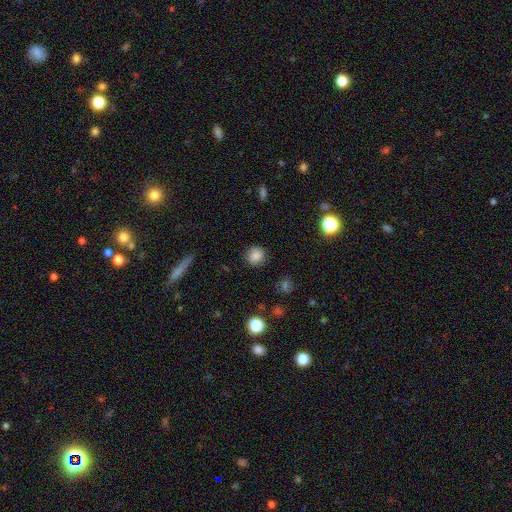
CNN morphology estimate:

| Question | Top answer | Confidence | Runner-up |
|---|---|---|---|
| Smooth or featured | smooth | 82% | star or artifact (12%) |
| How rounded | round | 87% | in between (12%) |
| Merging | none | 86% | minor disturbance (10%) |